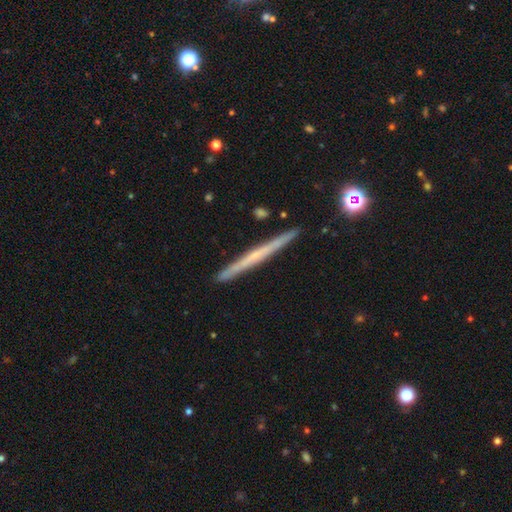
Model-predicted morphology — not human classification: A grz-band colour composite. It shows a featured or disk galaxy (60%) viewed edge-on (97%) with no central bulge (77%). Merging: none (91%).